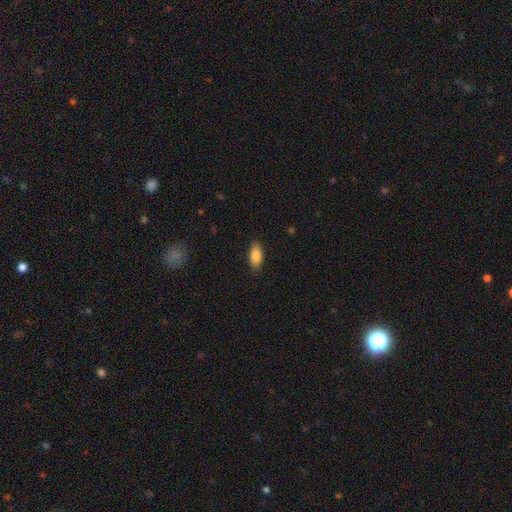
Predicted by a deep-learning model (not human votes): Smooth or featured? Predicted: smooth (p=0.86). How rounded? Predicted: in between (p=0.85). Merging? Predicted: none (p=0.86).